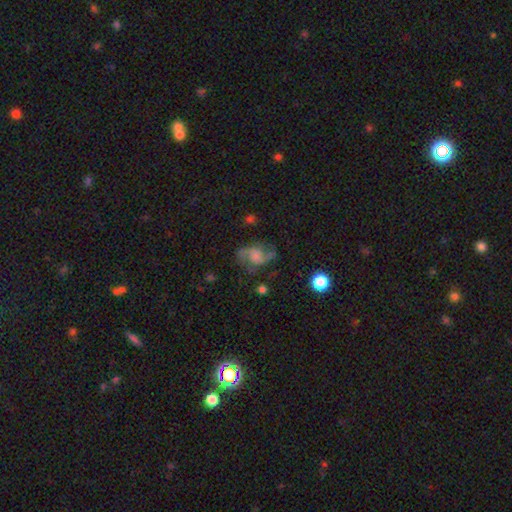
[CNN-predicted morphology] The model was most divided on "spiral winding": loose: 49%, medium: 42%, tight: 9%. Remaining: edge-on disk — no (97%); spiral arms — yes (91%); spiral arm count — 2 (85%); smooth or featured — featured or disk (70%); bar — no (62%); merging — none (62%); bulge size — none (34%).